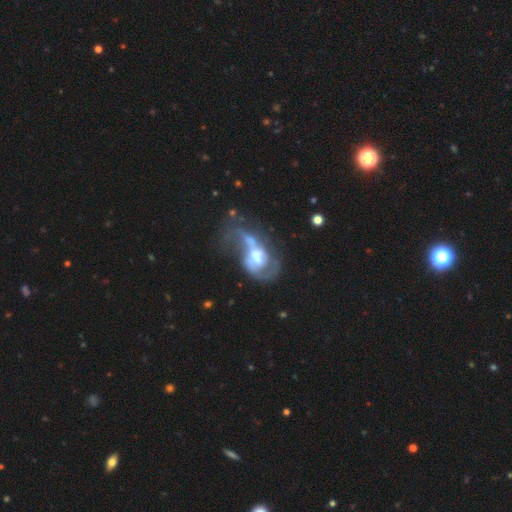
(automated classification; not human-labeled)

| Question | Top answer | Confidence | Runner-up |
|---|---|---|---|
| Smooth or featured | featured or disk | 69% | smooth (22%) |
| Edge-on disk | no | 96% | yes (4%) |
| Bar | no | 56% | weak (32%) |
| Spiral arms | yes | 64% | no (36%) |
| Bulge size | moderate | 44% | large (26%) |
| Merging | major disturbance | 44% | merger (30%) |